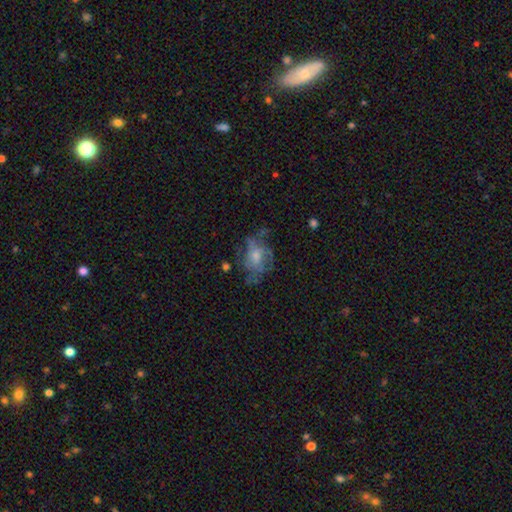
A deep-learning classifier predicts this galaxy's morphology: smooth_or_featured: featured or disk (p=0.61) [alt: smooth p=0.26]
disk_edge_on: no (p=0.96) [alt: yes p=0.04]
bar: no (p=0.75) [alt: weak p=0.22]
has_spiral_arms: yes (p=0.62) [alt: no p=0.38]
bulge_size: moderate (p=0.47) [alt: small p=0.38]
merging: none (p=0.56) [alt: minor disturbance p=0.22]